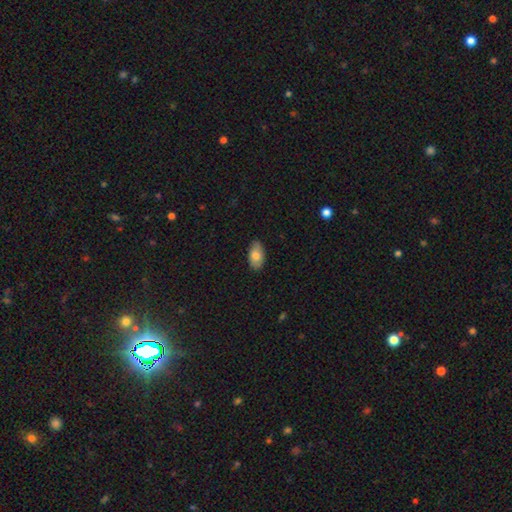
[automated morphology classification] Smooth or featured? Predicted: smooth (p=0.77). How rounded? Predicted: in between (p=0.93). Merging? Predicted: none (p=0.83).